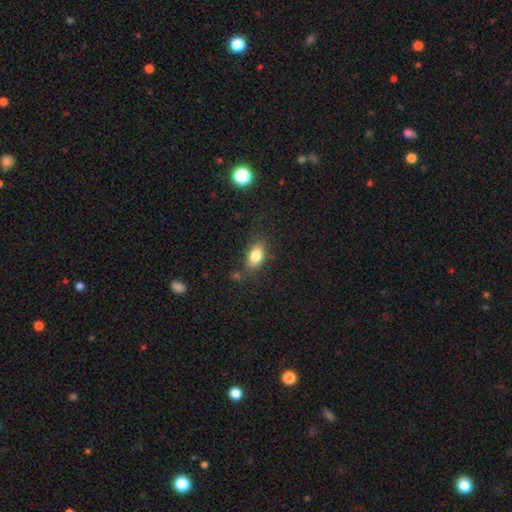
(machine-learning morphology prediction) smooth_or_featured: smooth (p=0.81) [alt: featured or disk p=0.10]
how_rounded: in between (p=0.87) [alt: round p=0.09]
merging: none (p=0.76) [alt: minor disturbance p=0.15]